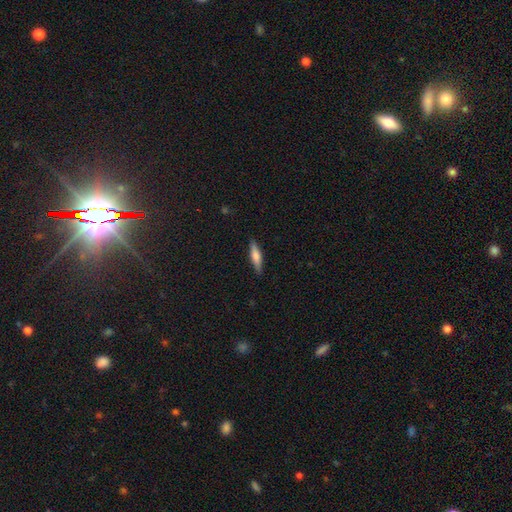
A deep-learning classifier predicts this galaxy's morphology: Smooth or featured: smooth — 62% (featured or disk — 32%)
How rounded: cigar-shaped — 75% (in between — 23%)
Merging: none — 88% (minor disturbance — 9%)